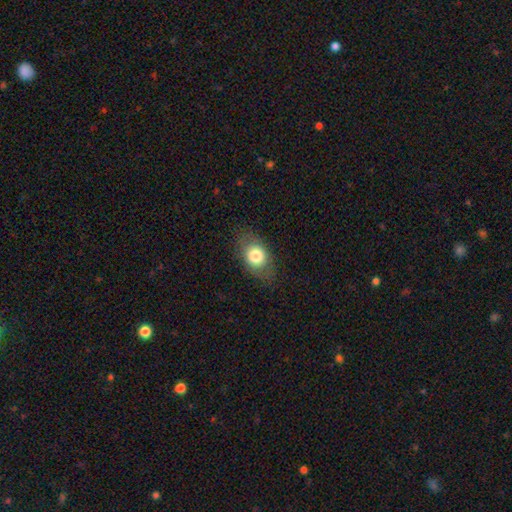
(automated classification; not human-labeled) Q: Smooth or featured?
A: smooth (76%); runner-up: featured or disk (15%)
Q: How rounded?
A: in between (69%); runner-up: round (29%)
Q: Merging?
A: none (79%); runner-up: minor disturbance (14%)